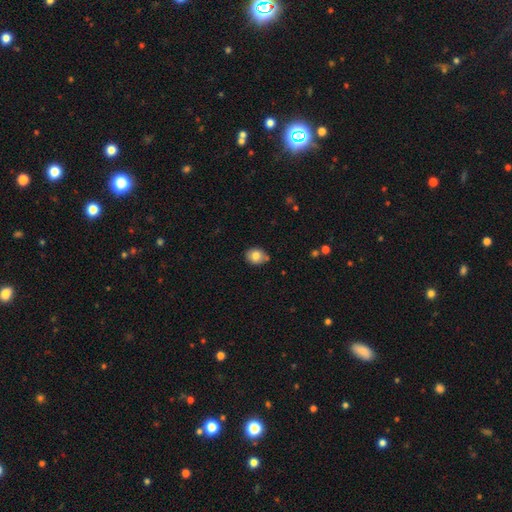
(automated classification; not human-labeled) Smooth or featured? Predicted: smooth (p=0.80). How rounded? Predicted: round (p=0.58). Merging? Predicted: none (p=0.74).